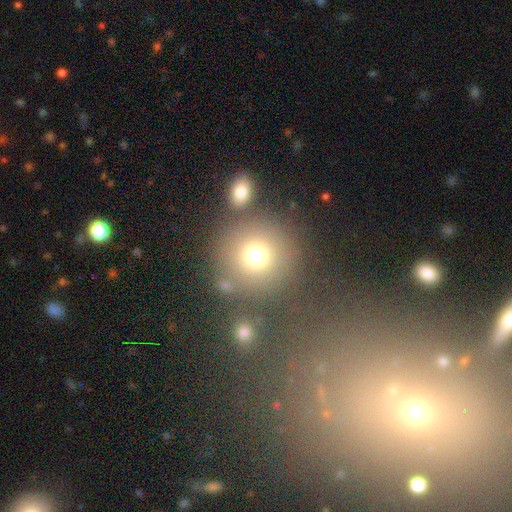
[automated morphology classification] Smooth or featured? Predicted: smooth (p=0.73). How rounded? Predicted: round (p=0.92). Merging? Predicted: none (p=0.72).